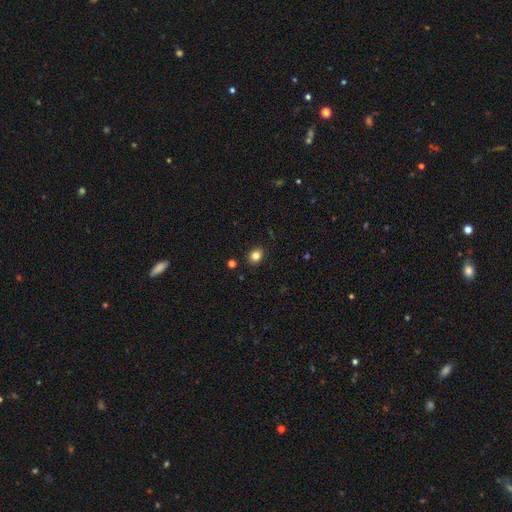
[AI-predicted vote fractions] A smooth galaxy with no disk features (81%) that is round (50%). Merging: none (88%).